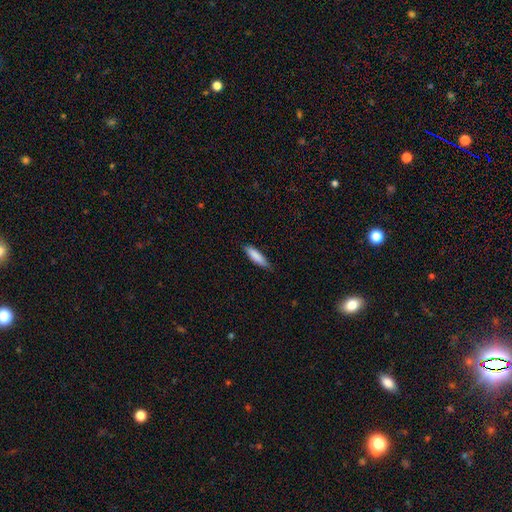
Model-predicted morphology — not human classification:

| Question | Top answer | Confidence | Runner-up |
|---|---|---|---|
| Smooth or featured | smooth | 85% | featured or disk (10%) |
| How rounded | cigar-shaped | 68% | in between (31%) |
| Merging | none | 77% | minor disturbance (19%) |